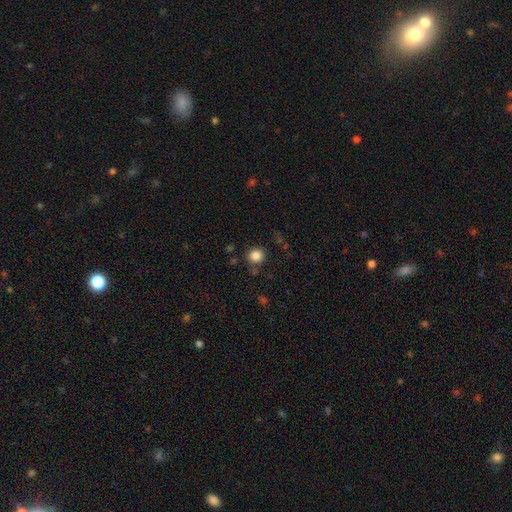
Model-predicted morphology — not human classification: Q: Smooth or featured?
A: smooth (85%); runner-up: star or artifact (11%)
Q: How rounded?
A: round (90%); runner-up: in between (9%)
Q: Merging?
A: none (86%); runner-up: minor disturbance (8%)